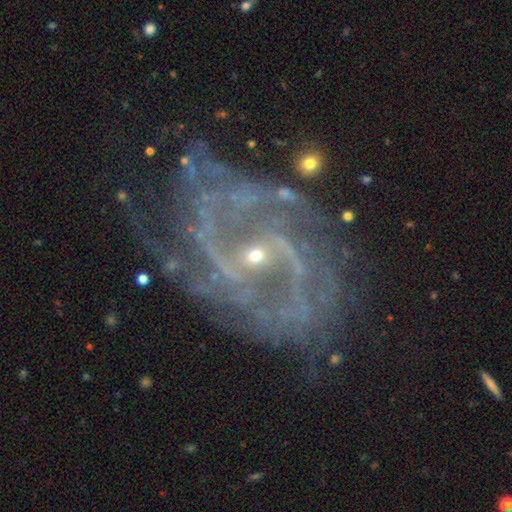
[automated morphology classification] The model was most divided on "bar": no: 45%, weak: 36%, strong: 19%. More confident: edge-on disk — no (98%); spiral arms — yes (98%); smooth or featured — featured or disk (91%); bulge size — small (82%); merging — none (60%); spiral arm count — 2 (55%); spiral winding — medium (53%).